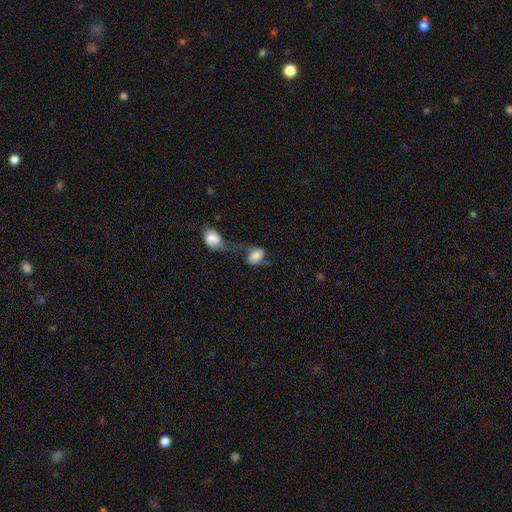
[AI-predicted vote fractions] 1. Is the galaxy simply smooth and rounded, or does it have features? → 76% smooth, 16% featured or disk, 9% star or artifact.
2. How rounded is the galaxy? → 74% in between, 24% round, 2% cigar-shaped.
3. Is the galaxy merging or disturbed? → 42% merger, 26% none, 16% minor disturbance, 16% major disturbance.